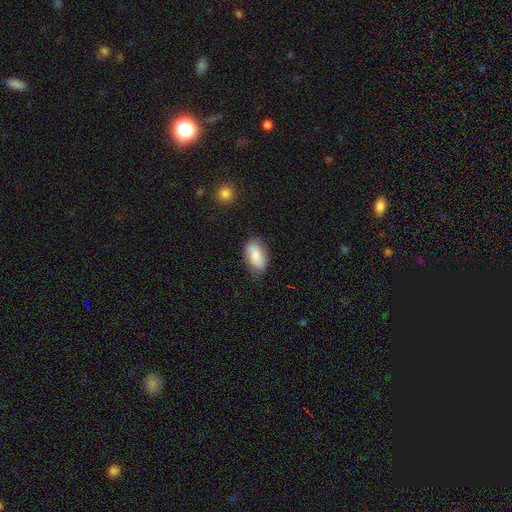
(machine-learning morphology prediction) A smooth galaxy with no disk features (80%) that is in between round and cigar-shaped (93%). Merging: none (76%).